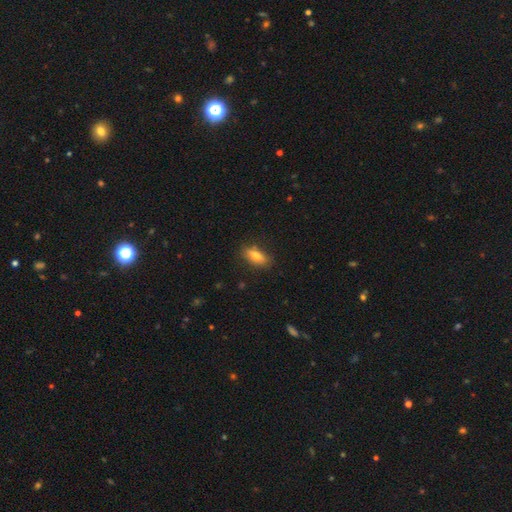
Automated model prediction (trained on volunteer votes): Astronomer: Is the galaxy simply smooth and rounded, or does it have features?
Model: smooth — 74%.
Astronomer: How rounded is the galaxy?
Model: in between — 80%.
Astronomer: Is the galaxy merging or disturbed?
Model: none — 80%.